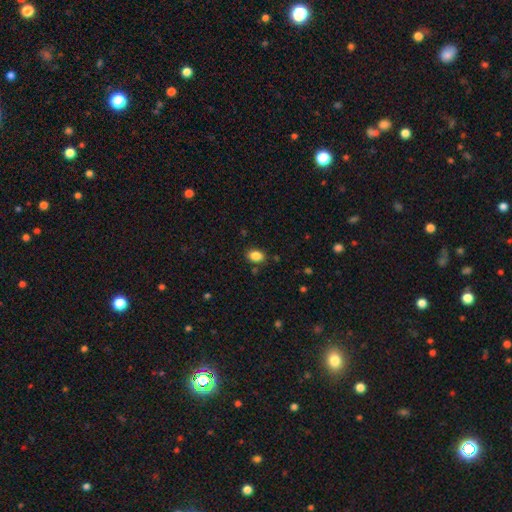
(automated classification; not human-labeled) smooth_or_featured: smooth (p=0.86) [alt: star or artifact p=0.10]
how_rounded: in between (p=0.81) [alt: round p=0.18]
merging: none (p=0.85) [alt: minor disturbance p=0.10]